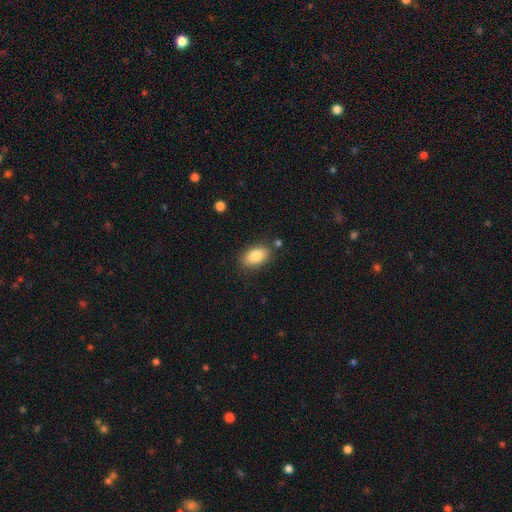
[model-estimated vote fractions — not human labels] A smooth galaxy with no disk features (84%) that is in between round and cigar-shaped (91%). Merging: none (83%).